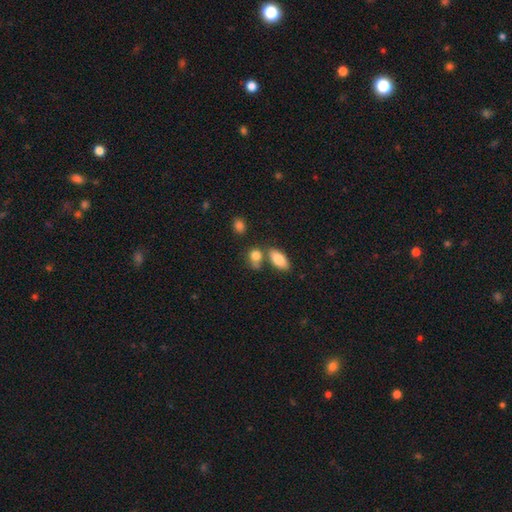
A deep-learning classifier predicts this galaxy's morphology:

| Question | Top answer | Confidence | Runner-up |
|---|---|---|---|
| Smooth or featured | smooth | 83% | featured or disk (9%) |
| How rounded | in between | 66% | round (30%) |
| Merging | none | 51% | merger (30%) |